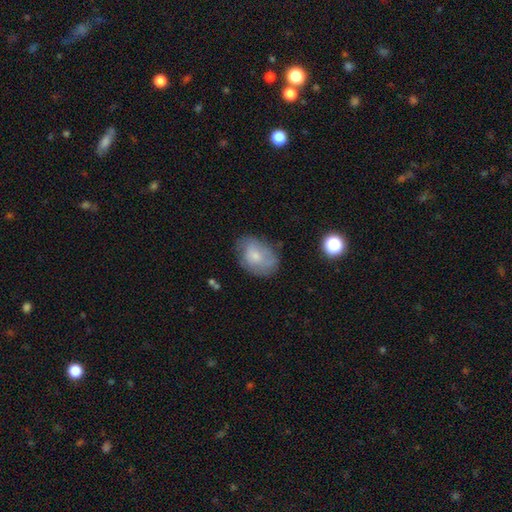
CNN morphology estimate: This is possibly a smooth galaxy (58%). How rounded: likely in between (76%). Merging: likely none (63%).